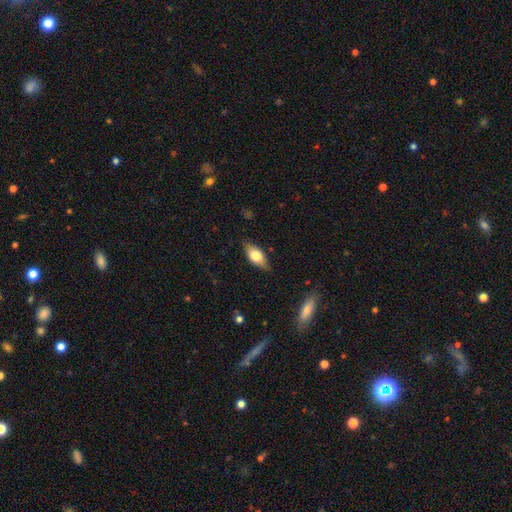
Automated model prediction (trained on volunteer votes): A smooth galaxy with no disk features (61%) that is in between round and cigar-shaped (82%).

Vote fractions:
- Smooth or featured? smooth: 61% / featured or disk: 32% / star or artifact: 7%
- How rounded? in between: 82% / cigar-shaped: 13% / round: 5%
- Merging? none: 81% / minor disturbance: 15% / major disturbance: 3% / merger: 1%